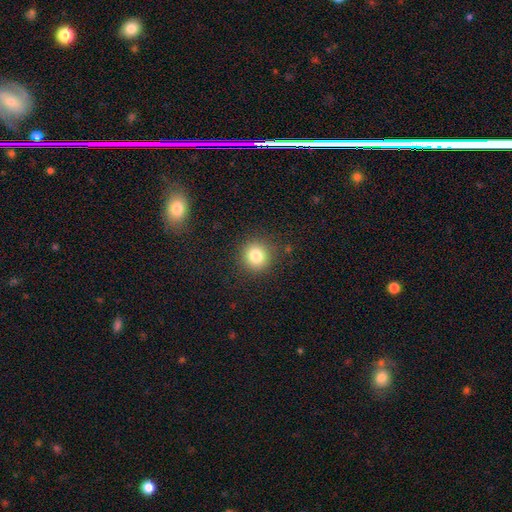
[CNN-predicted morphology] Smooth or featured? Predicted: smooth (p=0.82). How rounded? Predicted: round (p=0.92). Merging? Predicted: none (p=0.89).